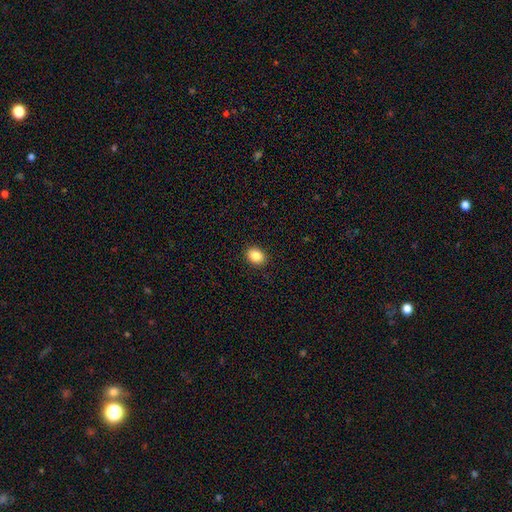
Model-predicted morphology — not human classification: type=smooth (87%); roundness=in between (56%); merging=none (90%).